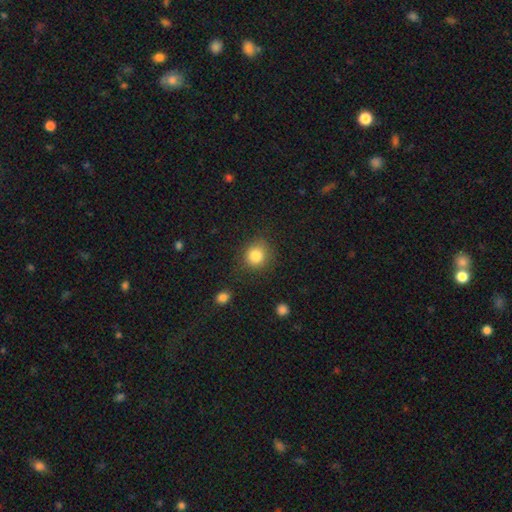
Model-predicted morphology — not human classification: smooth 83%, star or artifact 10%, featured or disk 6%. Down the decision tree: how rounded — round (84%); merging — none (83%).